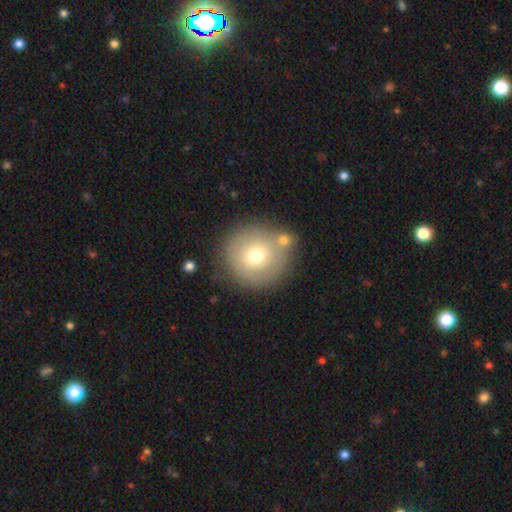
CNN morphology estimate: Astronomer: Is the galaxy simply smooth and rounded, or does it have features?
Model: smooth — 69%.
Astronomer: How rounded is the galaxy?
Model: round — 95%.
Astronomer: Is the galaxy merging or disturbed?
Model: none — 72%.